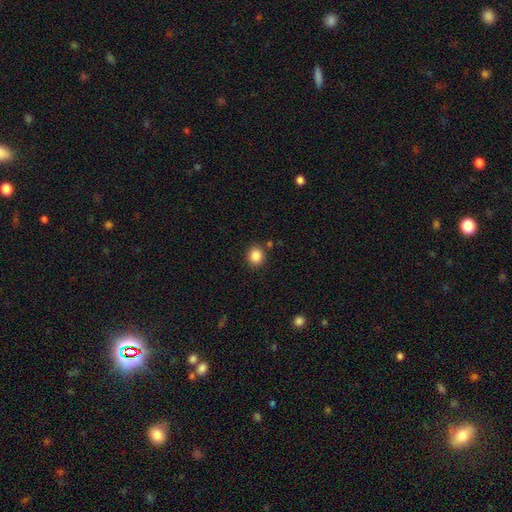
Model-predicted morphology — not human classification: The model was most divided on "how rounded": round: 76%, in between: 23%, cigar-shaped: 1%. More confident: smooth or featured — smooth (87%); merging — none (85%).